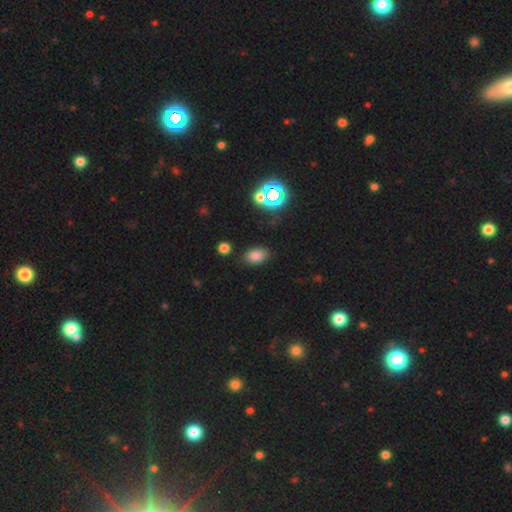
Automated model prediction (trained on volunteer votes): Overall: smooth (77%). How rounded: in between (85%). Merging: none (83%).